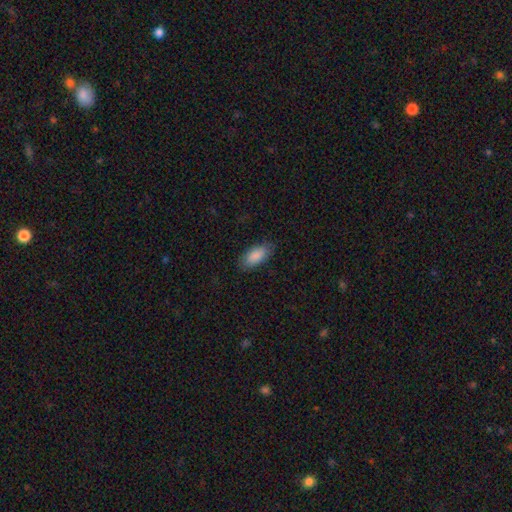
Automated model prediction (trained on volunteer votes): Smooth or featured? Predicted: smooth (p=0.88). How rounded? Predicted: in between (p=0.90). Merging? Predicted: none (p=0.84).